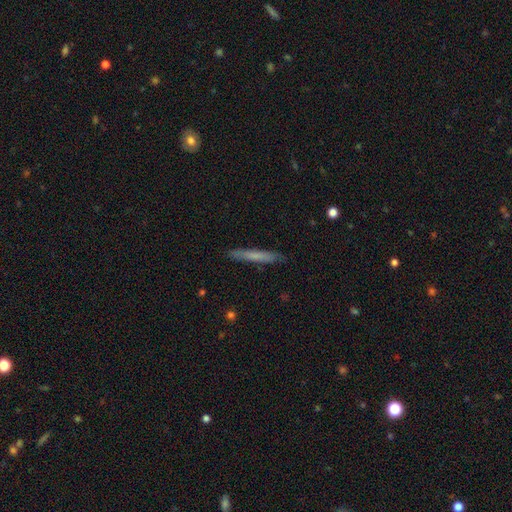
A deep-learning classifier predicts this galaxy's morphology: This appears to be a smooth galaxy with no disk features (66%) that is cigar-shaped (96%). Merging: none (88%).